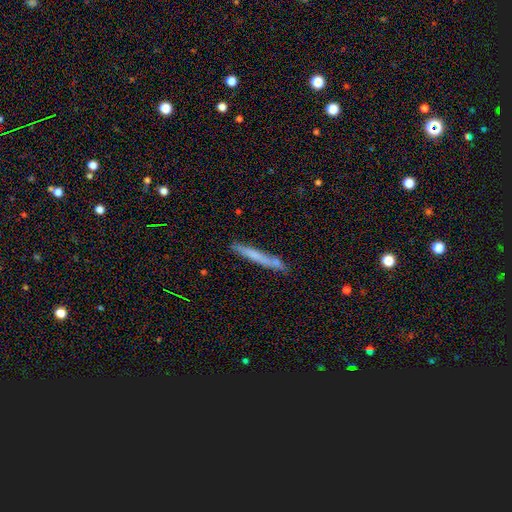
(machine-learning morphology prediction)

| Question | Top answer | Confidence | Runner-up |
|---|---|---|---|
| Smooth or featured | smooth | 60% | featured or disk (33%) |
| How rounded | cigar-shaped | 96% | in between (3%) |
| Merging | none | 78% | minor disturbance (14%) |